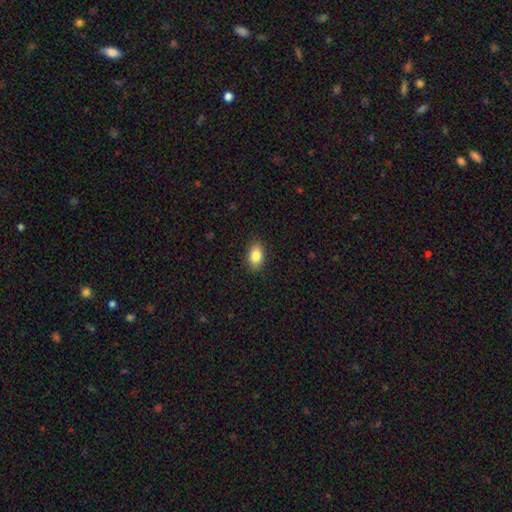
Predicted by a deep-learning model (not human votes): A smooth galaxy with no disk features (85%) that is in between round and cigar-shaped (87%). Merging: none (88%).